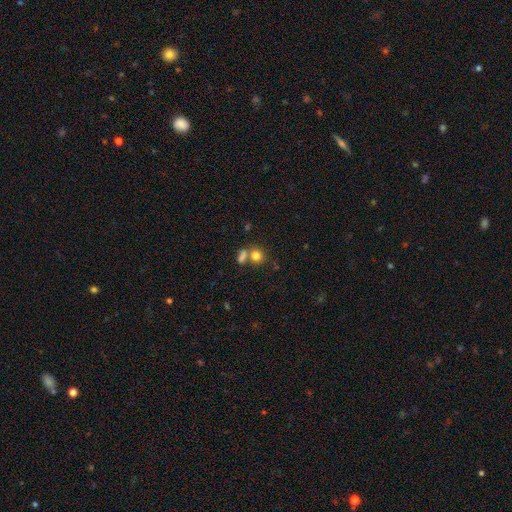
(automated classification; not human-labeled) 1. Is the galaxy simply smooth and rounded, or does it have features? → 80% smooth, 12% star or artifact, 9% featured or disk.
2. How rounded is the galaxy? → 69% round, 30% in between, 2% cigar-shaped.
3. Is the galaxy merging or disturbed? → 51% none, 35% merger, 10% minor disturbance, 4% major disturbance.